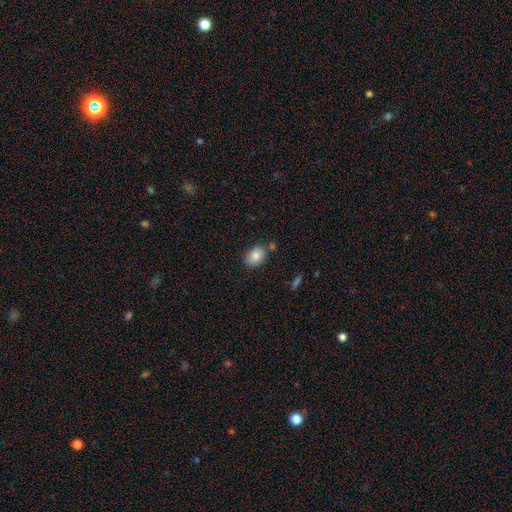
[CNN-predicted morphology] A smooth galaxy with no disk features (82%) that is in between round and cigar-shaped (71%).

Vote fractions:
- Smooth or featured? smooth: 82% / featured or disk: 10% / star or artifact: 8%
- How rounded? in between: 71% / round: 28% / cigar-shaped: 1%
- Merging? none: 75% / minor disturbance: 14% / merger: 8% / major disturbance: 3%